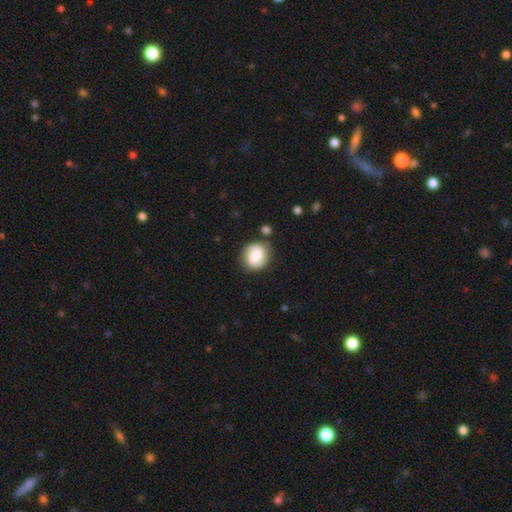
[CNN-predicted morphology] smooth-or-featured: smooth: 66% | featured or disk: 26% | star or artifact: 8%
  how-rounded: round: 79% | in between: 20% | cigar-shaped: 1%
  merging: none: 76% | minor disturbance: 15% | merger: 5% | major disturbance: 4%